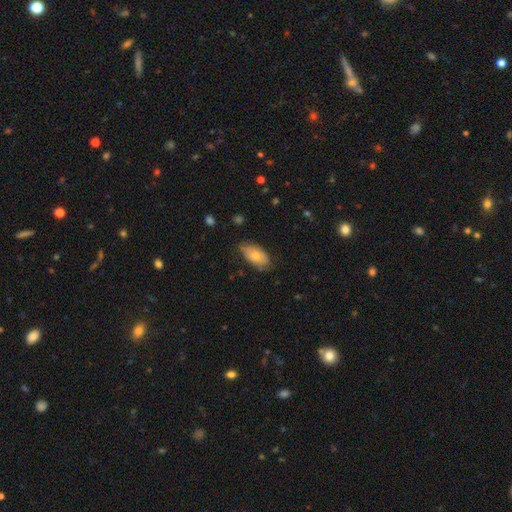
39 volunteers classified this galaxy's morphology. Smooth or featured? smooth (64%)
How rounded? in between (80%)
Merging? none (59%)